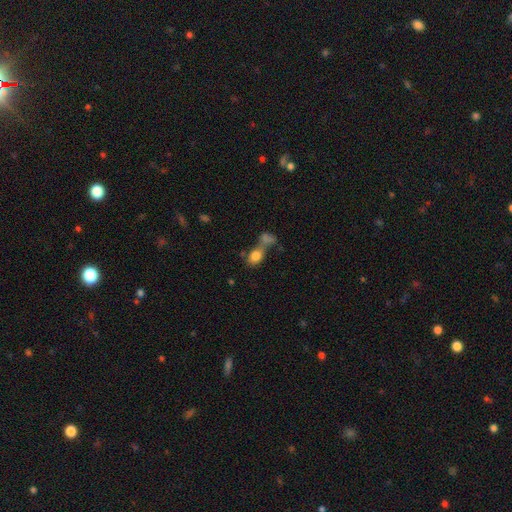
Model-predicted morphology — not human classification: Q: Smooth or featured?
A: smooth (80%); runner-up: star or artifact (10%)
Q: How rounded?
A: in between (64%); runner-up: round (33%)
Q: Merging?
A: merger (47%); runner-up: none (35%)